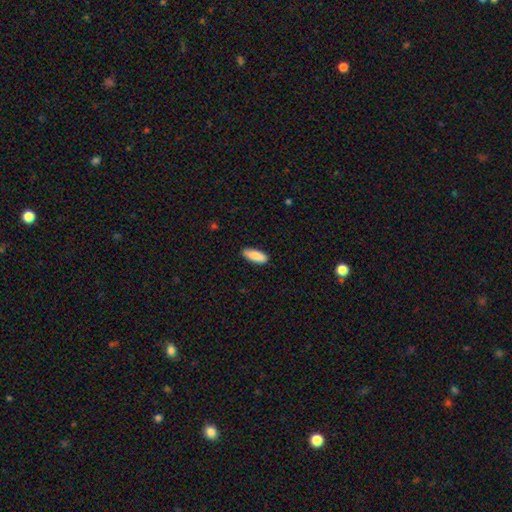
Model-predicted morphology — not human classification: Smooth or featured? Predicted: smooth (p=0.88). How rounded? Predicted: in between (p=0.73). Merging? Predicted: none (p=0.87).